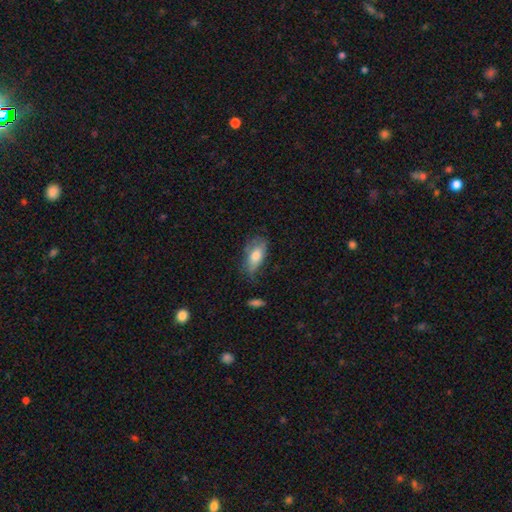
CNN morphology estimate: Smooth or featured: smooth — 73% (featured or disk — 20%)
How rounded: in between — 85% (cigar-shaped — 11%)
Merging: none — 52% (minor disturbance — 33%)